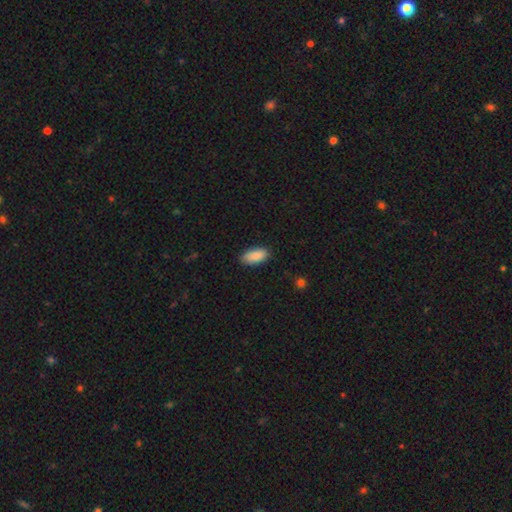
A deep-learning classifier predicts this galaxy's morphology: Smooth or featured?
  - smooth: 90% *
  - star or artifact: 6%
  - featured or disk: 4%
How rounded?
  - in between: 91% *
  - cigar-shaped: 7%
  - round: 2%
Merging?
  - none: 86% *
  - minor disturbance: 10%
  - major disturbance: 2%
  - merger: 1%